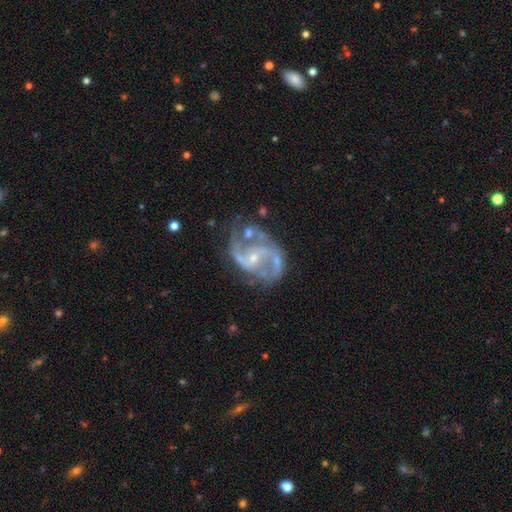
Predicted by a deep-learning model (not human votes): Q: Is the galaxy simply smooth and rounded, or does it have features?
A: featured or disk — 88%.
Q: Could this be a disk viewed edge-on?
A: no — 98%.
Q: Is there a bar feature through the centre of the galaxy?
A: weak — 42%.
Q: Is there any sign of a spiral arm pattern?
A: yes — 95%.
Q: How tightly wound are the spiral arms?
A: medium — 50%.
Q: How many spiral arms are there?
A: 2 — 80%.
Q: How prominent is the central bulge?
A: small — 73%.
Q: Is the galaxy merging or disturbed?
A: none — 58%.